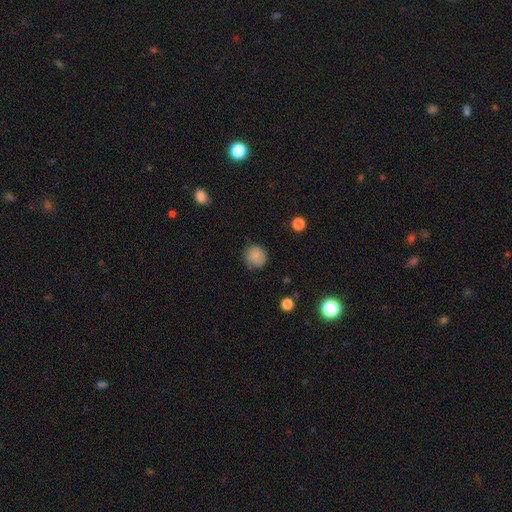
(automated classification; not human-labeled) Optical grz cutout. It shows a smooth galaxy with no disk features (83%) that is round (90%). Merging: none (77%).